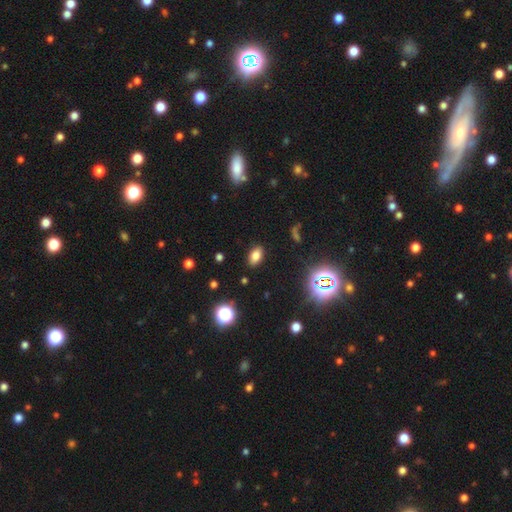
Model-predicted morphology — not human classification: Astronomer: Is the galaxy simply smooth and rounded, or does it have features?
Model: smooth — 75%.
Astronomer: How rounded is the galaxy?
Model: in between — 89%.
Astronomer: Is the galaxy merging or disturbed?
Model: none — 88%.